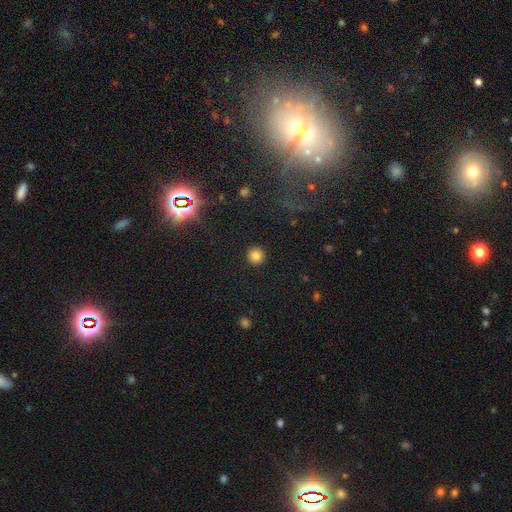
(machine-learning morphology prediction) The model was most divided on "smooth or featured": smooth: 82%, star or artifact: 13%, featured or disk: 5%. More confident: how rounded — round (95%); merging — none (92%).